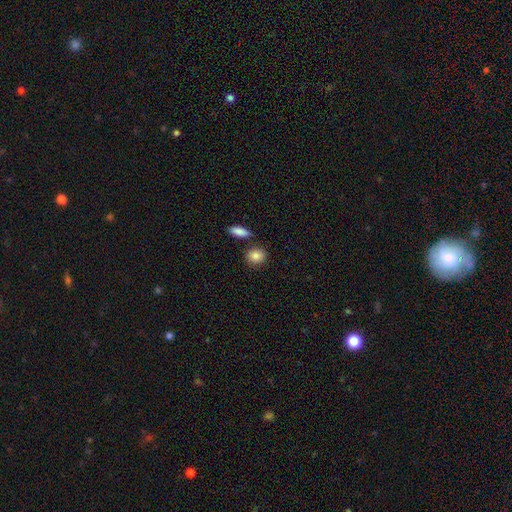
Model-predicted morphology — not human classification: Smooth or featured?
  - smooth: 87% *
  - star or artifact: 8%
  - featured or disk: 6%
How rounded?
  - round: 63% *
  - in between: 34%
  - cigar-shaped: 2%
Merging?
  - none: 80% *
  - minor disturbance: 10%
  - merger: 8%
  - major disturbance: 2%